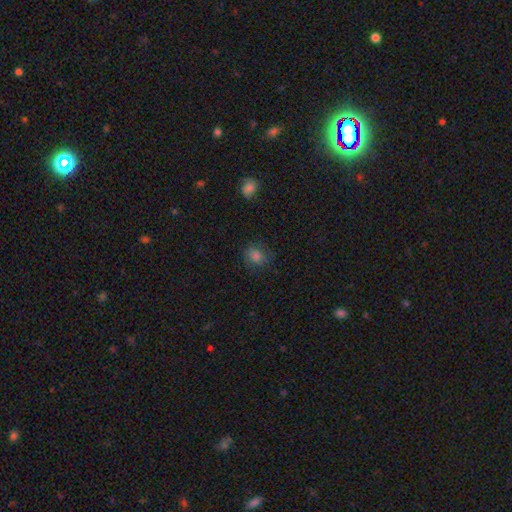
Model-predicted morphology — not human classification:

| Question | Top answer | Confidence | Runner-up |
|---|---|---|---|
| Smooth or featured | smooth | 75% | star or artifact (14%) |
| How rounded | round | 63% | in between (36%) |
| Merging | none | 75% | minor disturbance (18%) |